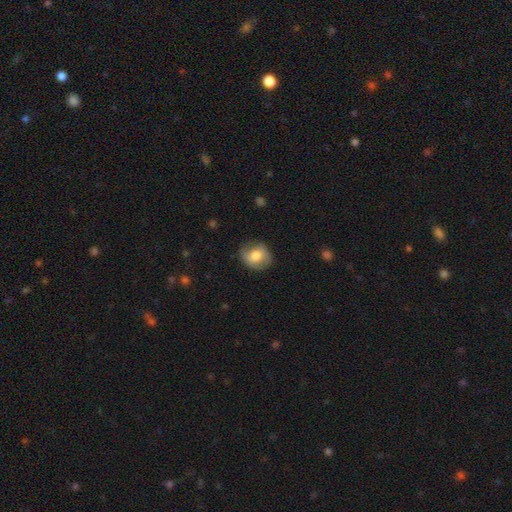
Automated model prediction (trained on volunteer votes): smooth 71%, featured or disk 21%, star or artifact 7%. Down the decision tree: how rounded — round (69%); merging — none (77%).